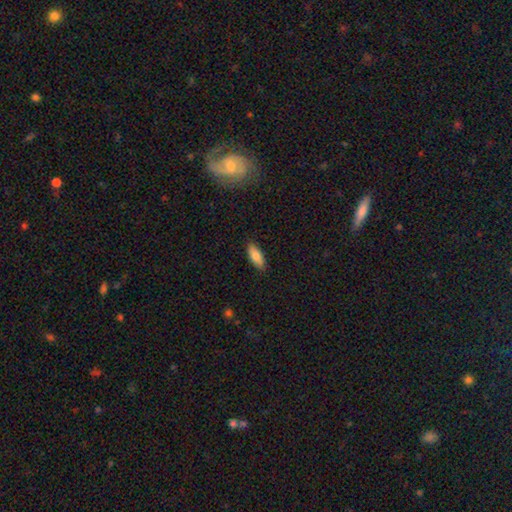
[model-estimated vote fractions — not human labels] A smooth galaxy with no disk features (81%) that is in between round and cigar-shaped (78%). Merging: none (86%).